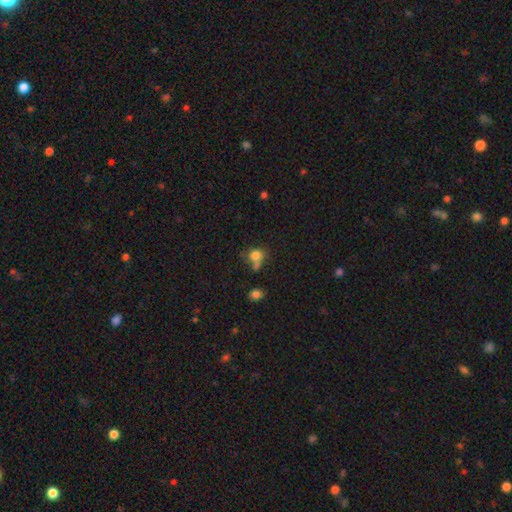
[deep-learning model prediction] The model was most divided on "merging": none: 47%, merger: 26%, minor disturbance: 18%, major disturbance: 9%. More confident: smooth or featured — smooth (77%); how rounded — round (74%).